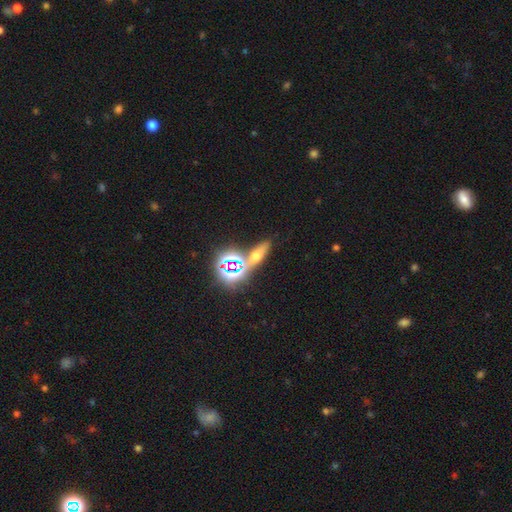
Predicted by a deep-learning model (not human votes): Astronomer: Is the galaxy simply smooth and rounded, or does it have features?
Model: star or artifact — 40%, tied with smooth at 40%.